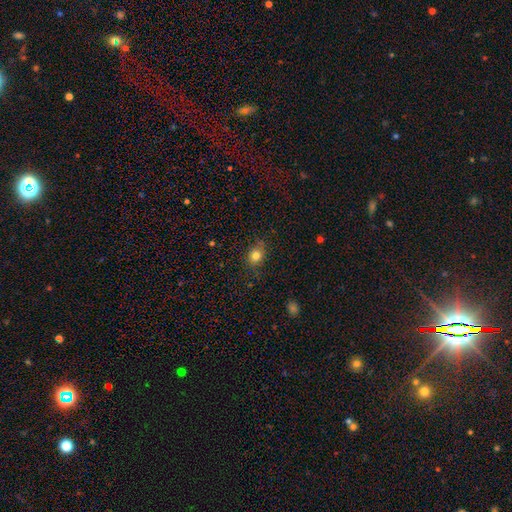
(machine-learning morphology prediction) This is likely a smooth galaxy (80%). How rounded: possibly round (59%). Merging: likely none (78%).